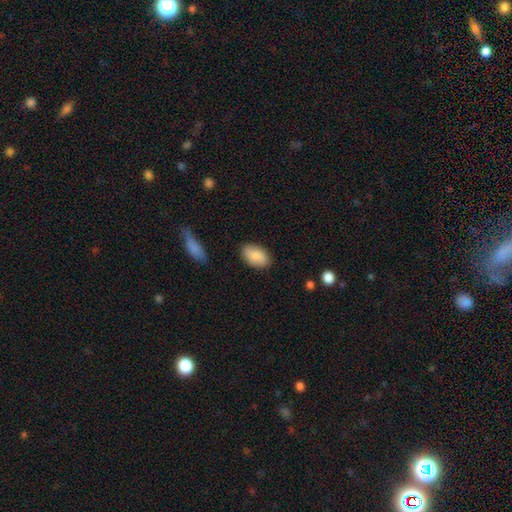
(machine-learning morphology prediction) Smooth or featured? Predicted: smooth (p=0.85). How rounded? Predicted: in between (p=0.92). Merging? Predicted: none (p=0.85).